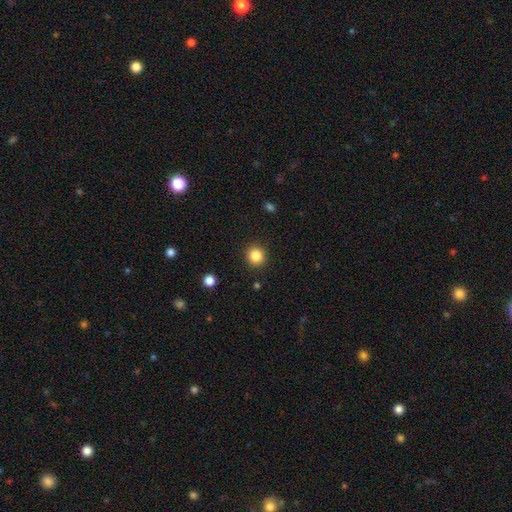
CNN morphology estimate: Smooth or featured? smooth (84%)
How rounded? round (92%)
Merging? none (91%)